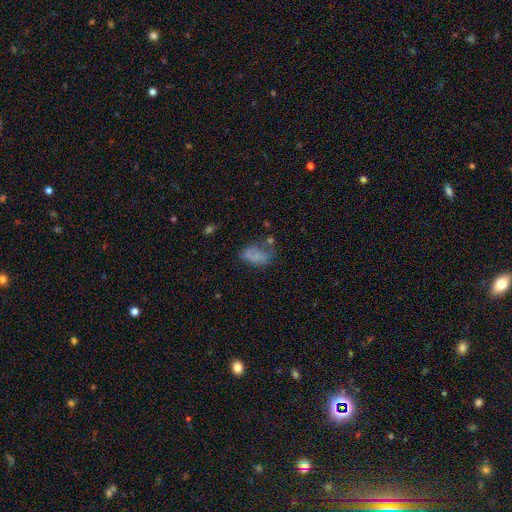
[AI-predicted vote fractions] Smooth or featured? smooth (65%)
How rounded? in between (89%)
Merging? none (41%)